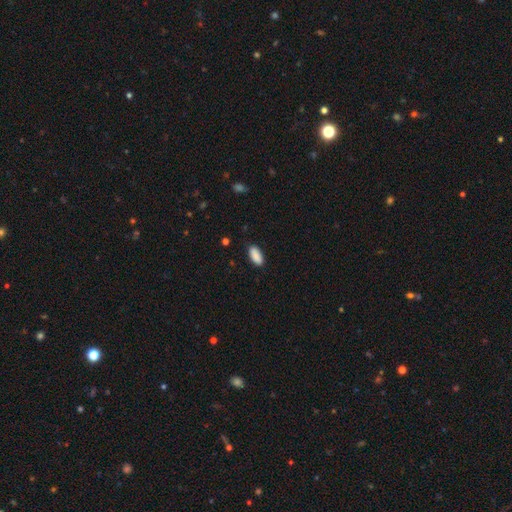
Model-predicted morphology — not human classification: Smooth or featured? smooth (90%)
How rounded? in between (89%)
Merging? none (87%)